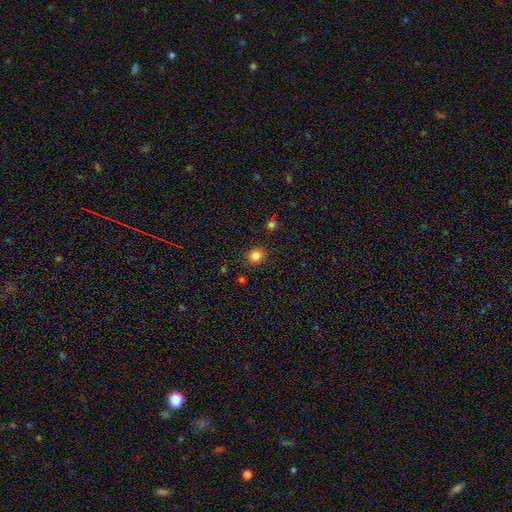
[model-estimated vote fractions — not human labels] This is clearly a smooth galaxy (83%). How rounded: clearly round (85%). Merging: clearly none (88%).